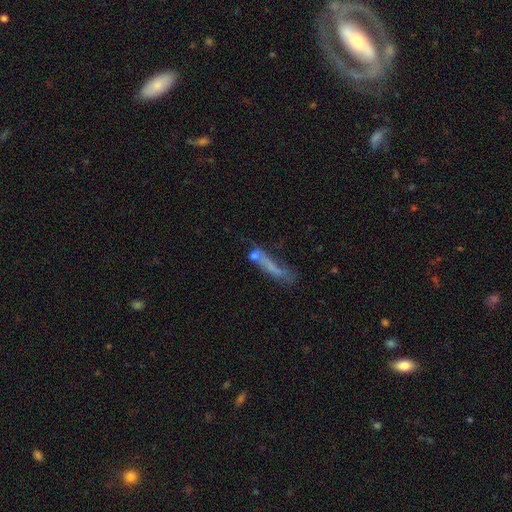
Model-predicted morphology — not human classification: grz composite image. It shows a smooth galaxy with no disk features (57%) that is cigar-shaped (65%). Merging: merger (32%).